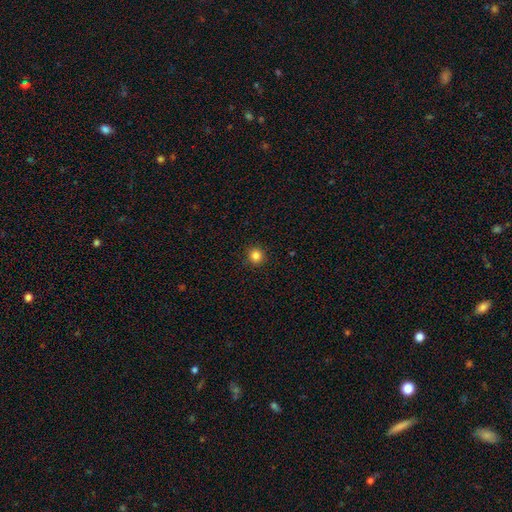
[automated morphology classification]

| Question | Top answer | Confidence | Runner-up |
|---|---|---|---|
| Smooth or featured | smooth | 85% | star or artifact (12%) |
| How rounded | round | 95% | in between (4%) |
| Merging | none | 92% | minor disturbance (5%) |